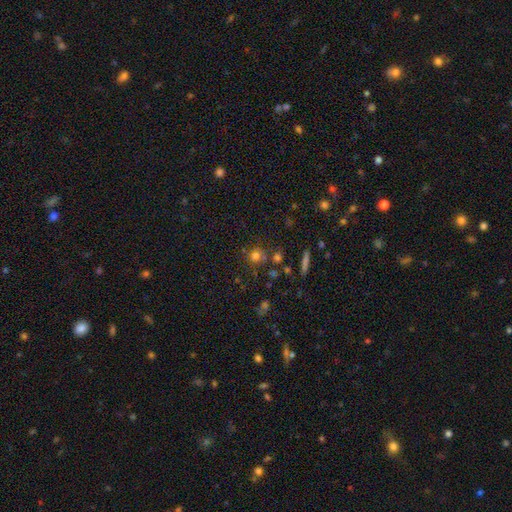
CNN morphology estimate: smooth-or-featured: smooth: 72% | star or artifact: 18% | featured or disk: 10%
  how-rounded: round: 86% | in between: 13% | cigar-shaped: 2%
  merging: none: 70% | merger: 14% | minor disturbance: 12% | major disturbance: 5%